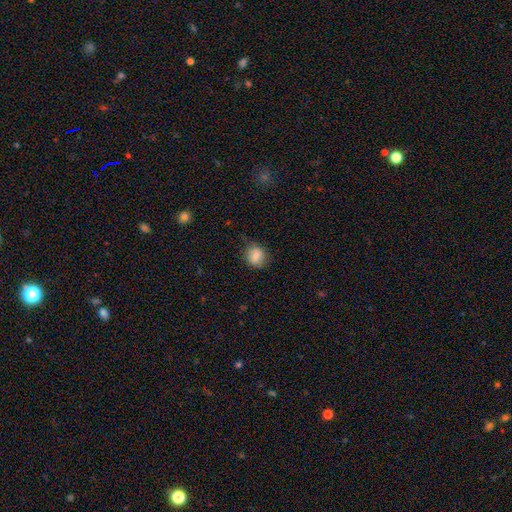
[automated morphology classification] A smooth galaxy with no disk features (82%) that is round (70%). Merging: none (70%).